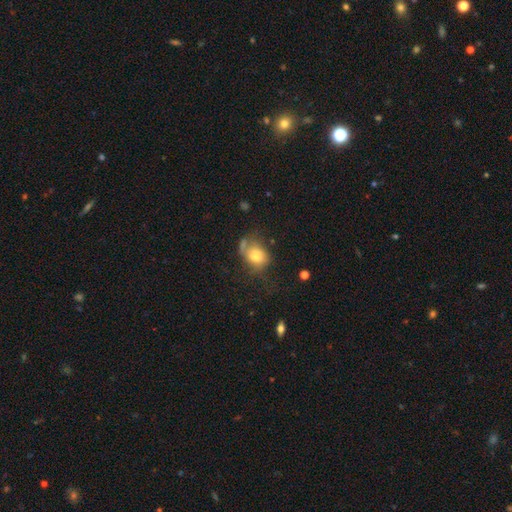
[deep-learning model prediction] The model was most divided on "how rounded": in between: 51%, round: 48%, cigar-shaped: 1%. Remaining: smooth or featured — smooth (70%); merging — none (42%).